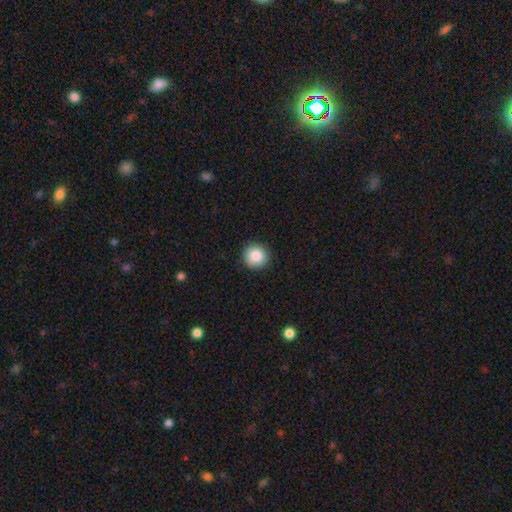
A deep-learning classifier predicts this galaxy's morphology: Smooth or featured?
  - smooth: 86% *
  - star or artifact: 9%
  - featured or disk: 5%
How rounded?
  - round: 94% *
  - in between: 5%
  - cigar-shaped: 1%
Merging?
  - none: 90% *
  - minor disturbance: 7%
  - major disturbance: 2%
  - merger: 1%